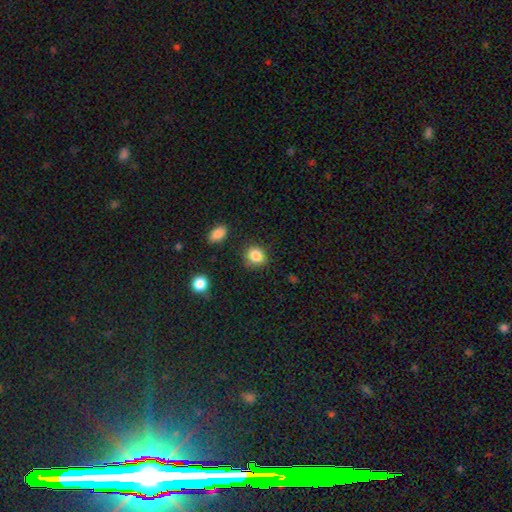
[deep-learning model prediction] This is clearly a smooth galaxy (86%). How rounded: likely round (68%). Merging: likely none (77%).